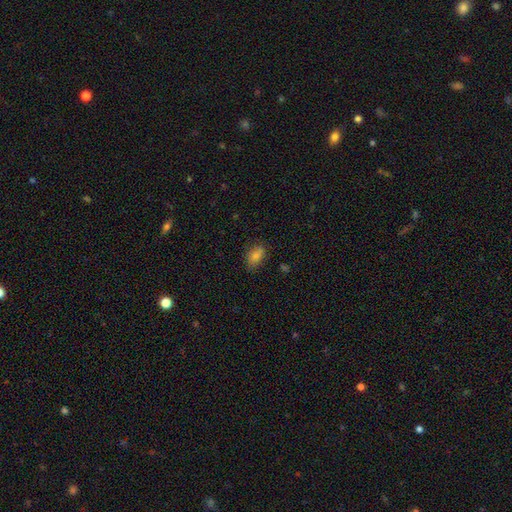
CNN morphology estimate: Overall: smooth (73%). How rounded: in between (81%). Merging: none (79%).